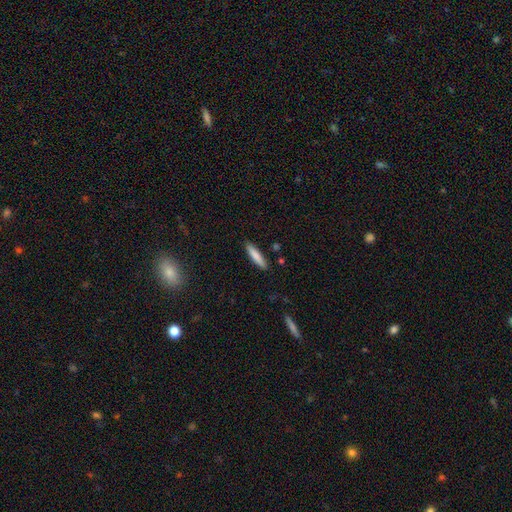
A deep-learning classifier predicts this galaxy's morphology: This appears to be a smooth galaxy with no disk features (81%) that is cigar-shaped (84%). Merging: none (88%).